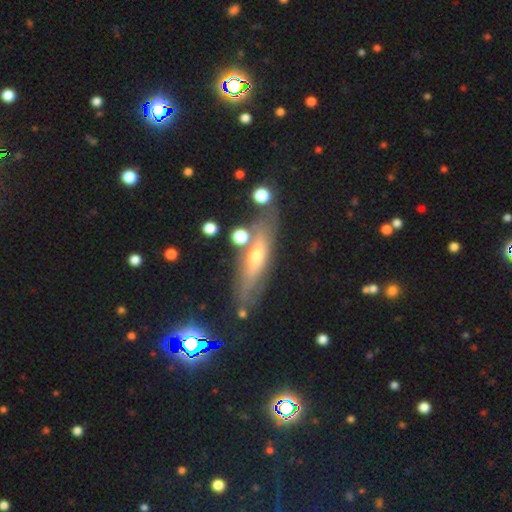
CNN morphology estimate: The model was most divided on "edge-on disk": yes: 65%, no: 35%. More confident: merging — none (74%); smooth or featured — featured or disk (62%).